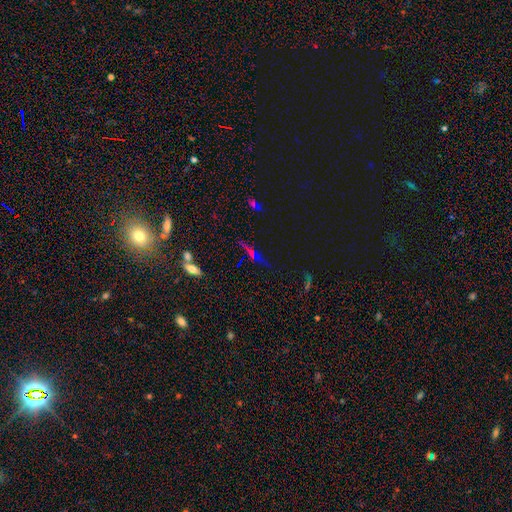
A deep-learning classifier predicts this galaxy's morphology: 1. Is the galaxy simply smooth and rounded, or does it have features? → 40% featured or disk, 36% star or artifact, 24% smooth.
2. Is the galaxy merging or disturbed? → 77% none, 12% minor disturbance, 6% merger, 5% major disturbance.